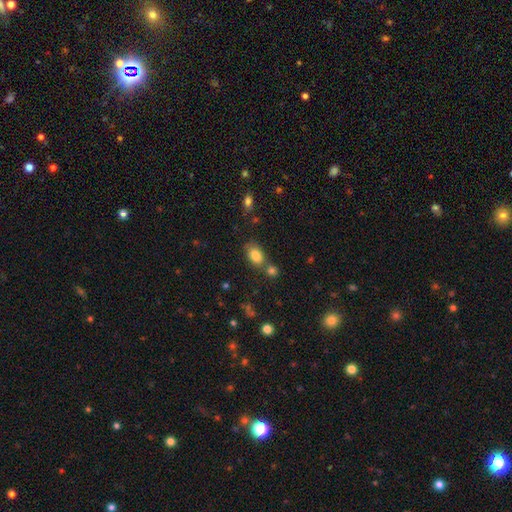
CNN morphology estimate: Smooth or featured? Predicted: smooth (p=0.82). How rounded? Predicted: in between (p=0.86). Merging? Predicted: none (p=0.59).